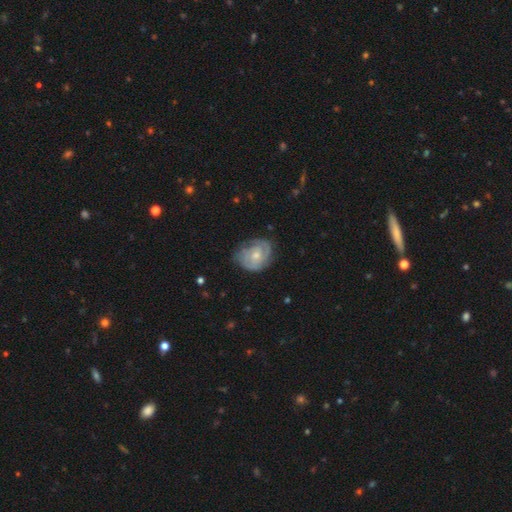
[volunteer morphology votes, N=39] Smooth or featured: featured or disk — 90% (star or artifact — 8%)
Edge-on disk: no — 97% (yes — 3%)
Bar: weak — 47% (no — 41%)
Spiral arms: yes — 100%
Spiral winding: tight — 71% (medium — 18%)
Spiral arm count: 2 — 91% (1 — 3%)
Bulge size: moderate — 53% (small — 44%)
Merging: none — 81% (minor disturbance — 14%)